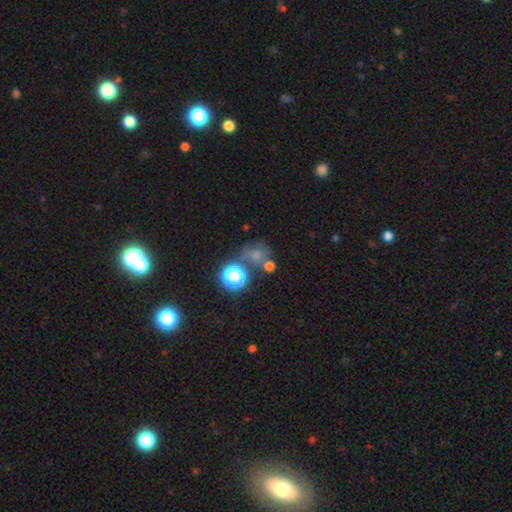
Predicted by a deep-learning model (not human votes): This appears to be a smooth galaxy with no disk features (57%) that is round (75%). Merging: none (48%).